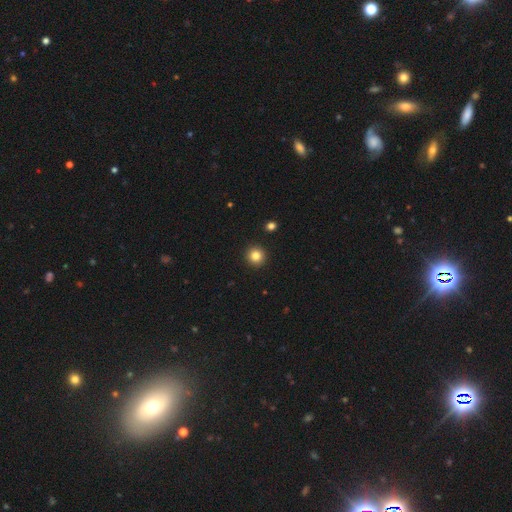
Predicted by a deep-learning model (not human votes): smooth 83%, star or artifact 11%, featured or disk 5%. Down the decision tree: how rounded — round (95%); merging — none (93%).